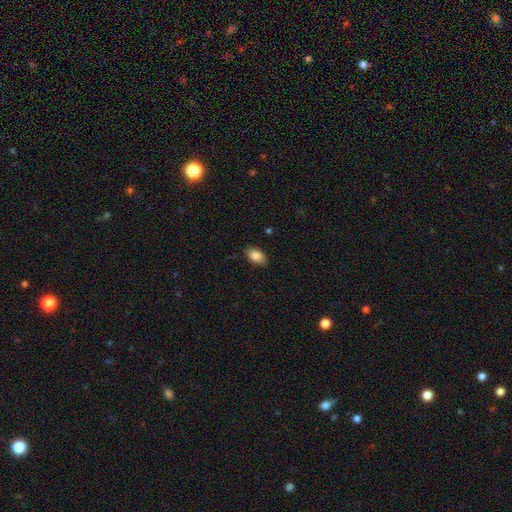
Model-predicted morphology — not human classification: smooth-or-featured: smooth: 85% | star or artifact: 8% | featured or disk: 7%
  how-rounded: in between: 92% | round: 6% | cigar-shaped: 2%
  merging: none: 87% | minor disturbance: 10% | major disturbance: 2% | merger: 1%